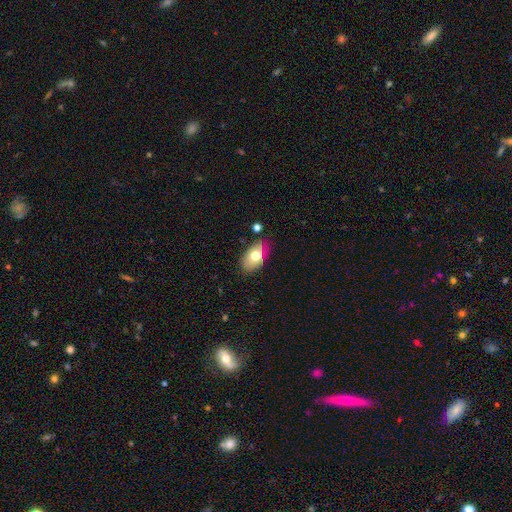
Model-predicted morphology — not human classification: Smooth or featured? Predicted: smooth (p=0.67). How rounded? Predicted: in between (p=0.89). Merging? Predicted: none (p=0.69).